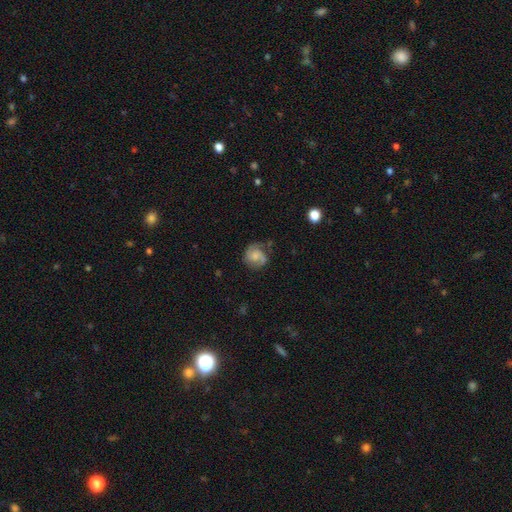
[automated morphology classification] Smooth or featured? featured or disk (57%)
Edge-on disk? no (98%)
Bar? no (67%)
Spiral arms? yes (88%)
Bulge size? small (35%, tied with moderate)
Merging? none (61%)